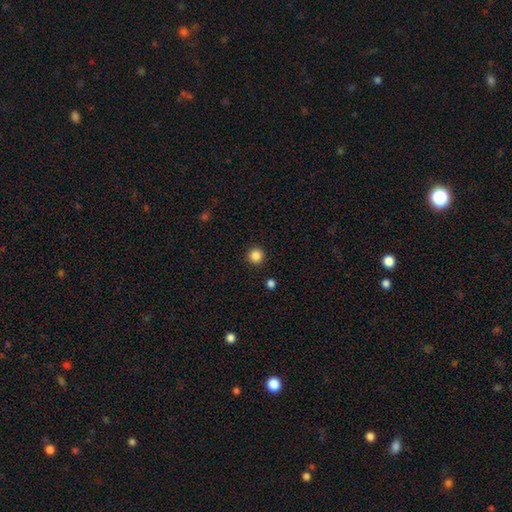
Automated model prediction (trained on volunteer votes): Q: Smooth or featured?
A: smooth (86%); runner-up: star or artifact (11%)
Q: How rounded?
A: round (95%); runner-up: in between (4%)
Q: Merging?
A: none (92%); runner-up: minor disturbance (5%)